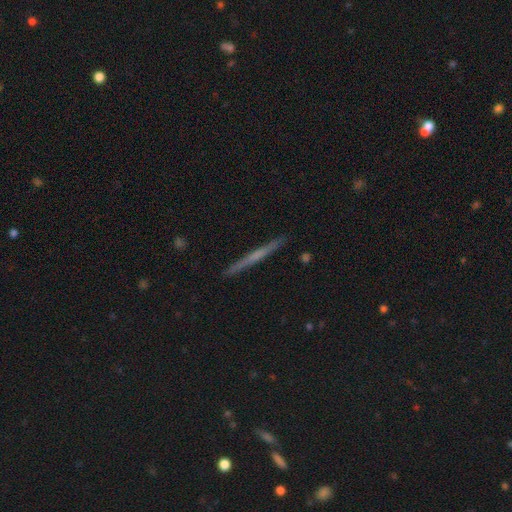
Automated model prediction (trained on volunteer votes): A featured or disk galaxy (58%) viewed edge-on (98%) with no central bulge (73%). Merging: none (92%).